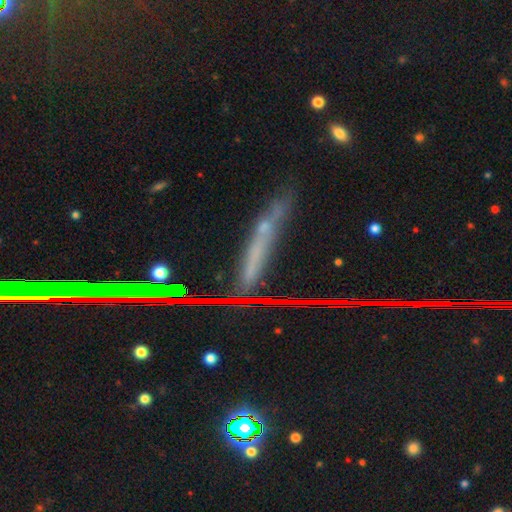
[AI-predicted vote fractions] Smooth or featured: featured or disk — 39% (star or artifact — 35%)
Merging: none — 70% (minor disturbance — 18%)